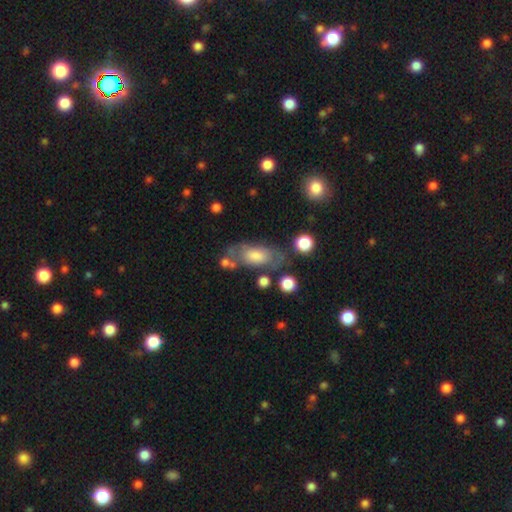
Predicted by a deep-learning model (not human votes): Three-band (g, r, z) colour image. It shows a smooth galaxy with no disk features (54%) that is in between round and cigar-shaped (85%). Merging: none (58%).